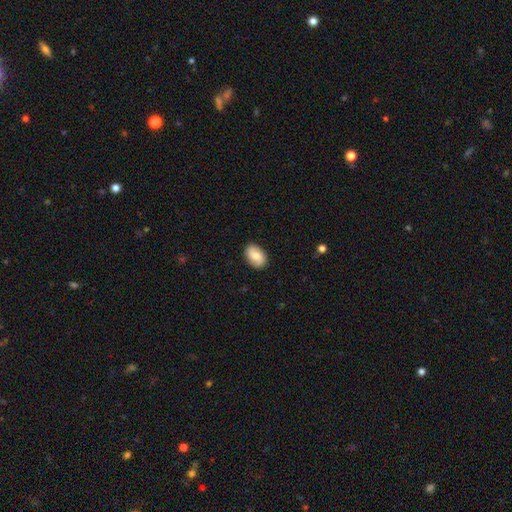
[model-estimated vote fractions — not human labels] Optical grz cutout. It shows a smooth galaxy with no disk features (73%) that is in between round and cigar-shaped (88%). Merging: none (85%).